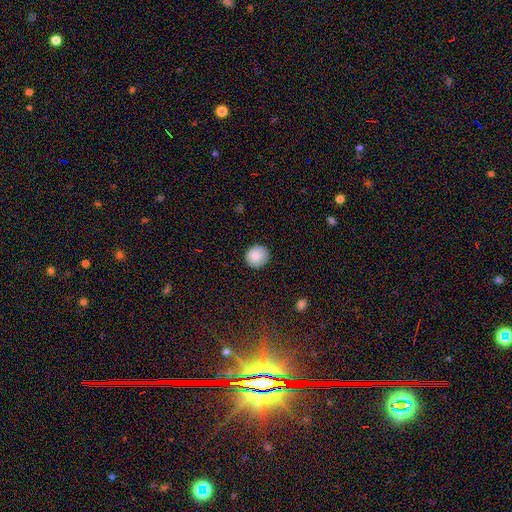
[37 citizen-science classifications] Smooth or featured? 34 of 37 (92%) said smooth. How rounded? 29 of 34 (85%) said round. Merging? 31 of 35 (89%) said none.